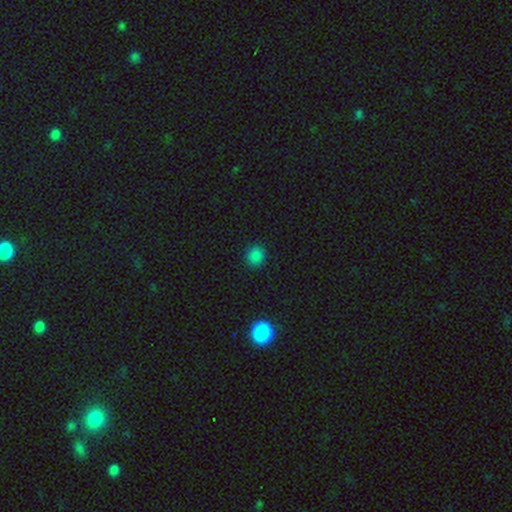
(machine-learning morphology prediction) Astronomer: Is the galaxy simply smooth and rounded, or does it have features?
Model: smooth — 82%.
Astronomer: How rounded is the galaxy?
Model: round — 87%.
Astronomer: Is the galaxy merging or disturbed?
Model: none — 90%.